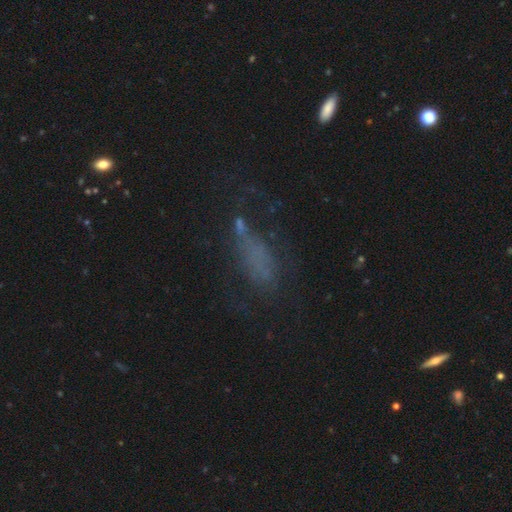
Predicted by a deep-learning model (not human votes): smooth_or_featured: smooth (p=0.50) [alt: star or artifact p=0.28]
how_rounded: in between (p=0.59) [alt: cigar-shaped p=0.35]
merging: none (p=0.43) [alt: major disturbance p=0.28]